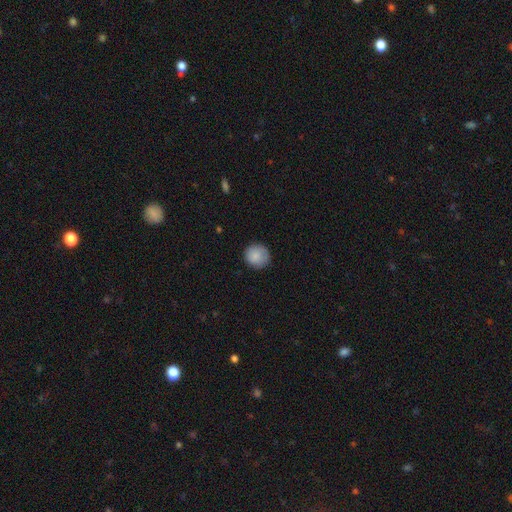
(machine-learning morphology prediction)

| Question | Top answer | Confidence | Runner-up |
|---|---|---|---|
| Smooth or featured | smooth | 87% | star or artifact (7%) |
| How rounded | round | 93% | in between (6%) |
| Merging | none | 86% | minor disturbance (11%) |